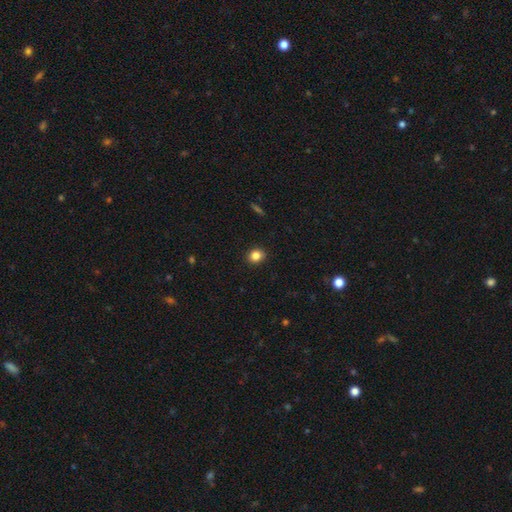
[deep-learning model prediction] This appears to be a smooth galaxy with no disk features (84%) that is round (72%). Merging: none (91%).